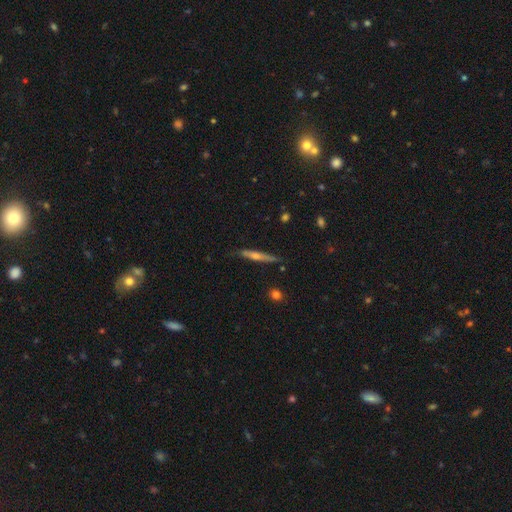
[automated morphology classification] Smooth or featured? Predicted: featured or disk (p=0.61). Edge-on disk? Predicted: yes (p=0.96). Edge-on bulge? Predicted: rounded (p=0.74). Merging? Predicted: none (p=0.84).